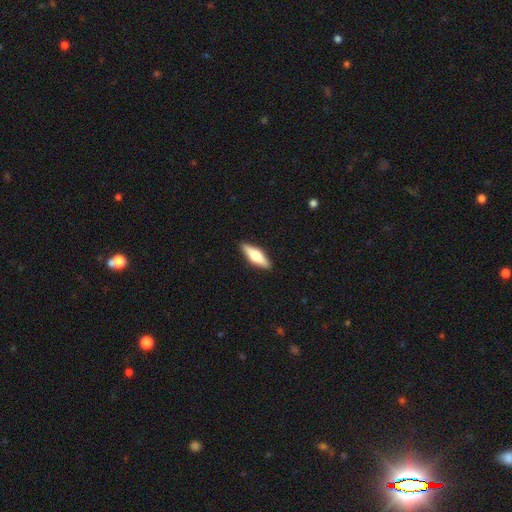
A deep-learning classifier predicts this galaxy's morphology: A featured or disk galaxy (48%).

Vote fractions:
- Smooth or featured? featured or disk: 48% / smooth: 46% / star or artifact: 5%
- Merging? none: 90% / minor disturbance: 7% / major disturbance: 2% / merger: 1%